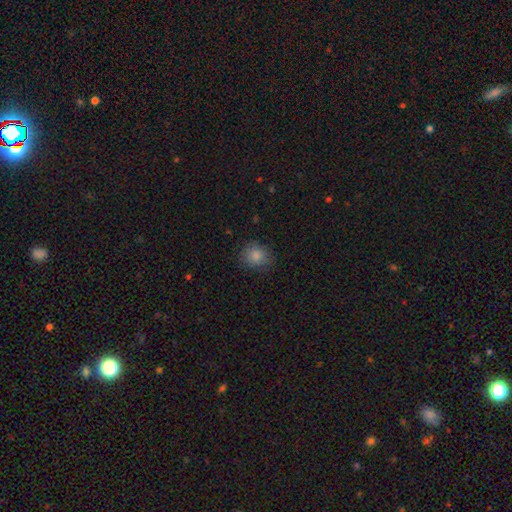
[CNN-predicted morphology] smooth-or-featured: smooth: 85% | star or artifact: 9% | featured or disk: 5%
  how-rounded: round: 77% | in between: 22% | cigar-shaped: 1%
  merging: none: 81% | minor disturbance: 14% | major disturbance: 4% | merger: 1%